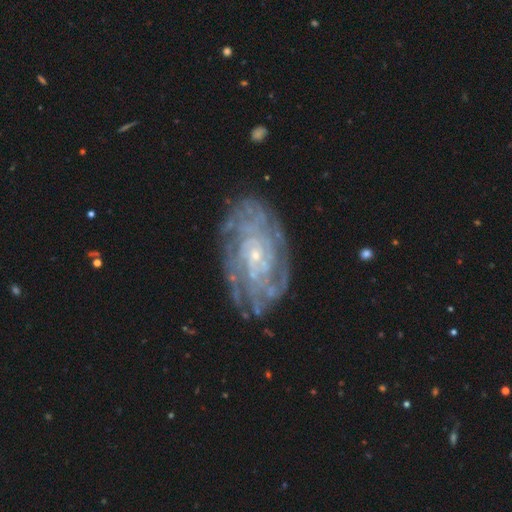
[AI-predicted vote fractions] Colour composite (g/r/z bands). It shows a featured or disk galaxy (86%) with no bar (71%), tight (76%) spiral arms (94%) and a small central bulge (82%). Merging: none (79%).